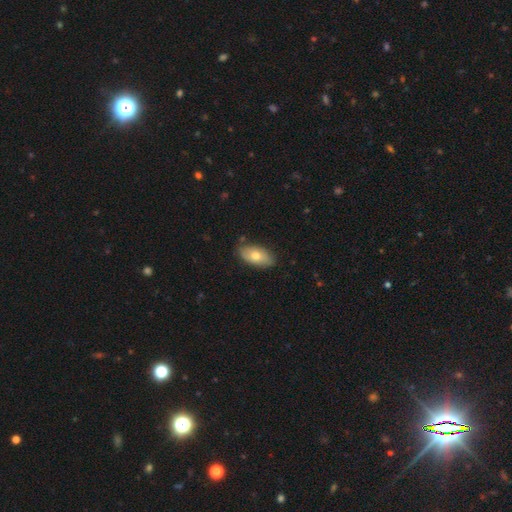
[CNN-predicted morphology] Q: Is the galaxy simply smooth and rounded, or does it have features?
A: smooth — 73%.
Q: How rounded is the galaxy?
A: in between — 92%.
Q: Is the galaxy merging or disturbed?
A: none — 83%.